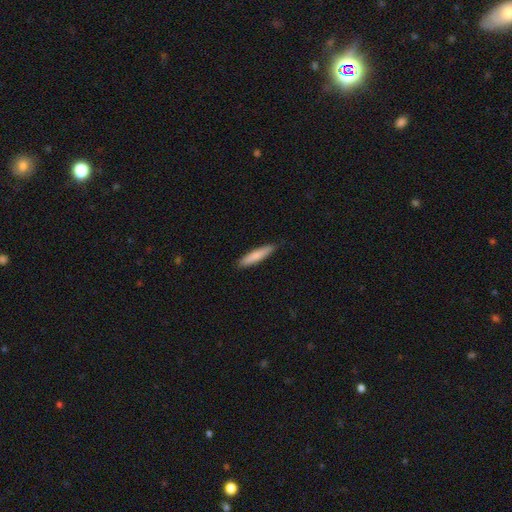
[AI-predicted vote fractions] Q: Smooth or featured?
A: smooth (78%); runner-up: featured or disk (17%)
Q: How rounded?
A: cigar-shaped (86%); runner-up: in between (12%)
Q: Merging?
A: none (86%); runner-up: minor disturbance (11%)